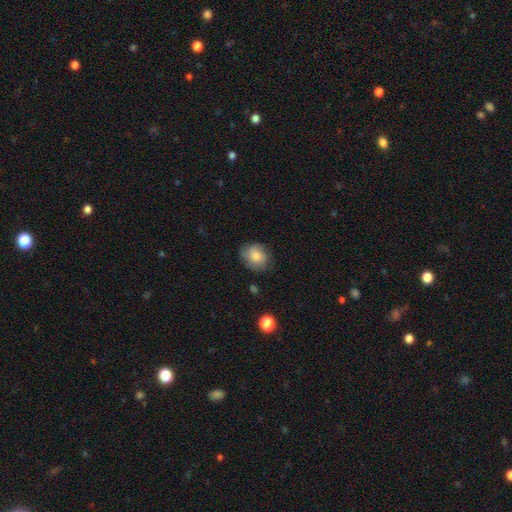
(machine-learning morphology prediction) Q: Smooth or featured?
A: smooth (75%); runner-up: featured or disk (17%)
Q: How rounded?
A: round (62%); runner-up: in between (37%)
Q: Merging?
A: none (72%); runner-up: minor disturbance (21%)